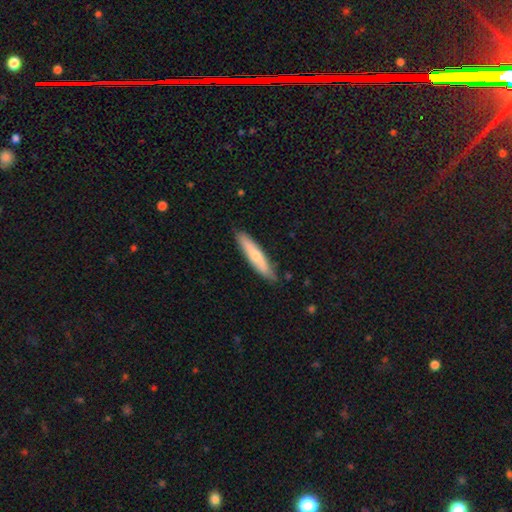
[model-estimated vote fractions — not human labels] smooth_or_featured: smooth (p=0.65) [alt: featured or disk p=0.30]
how_rounded: cigar-shaped (p=0.86) [alt: in between p=0.13]
merging: none (p=0.84) [alt: minor disturbance p=0.13]